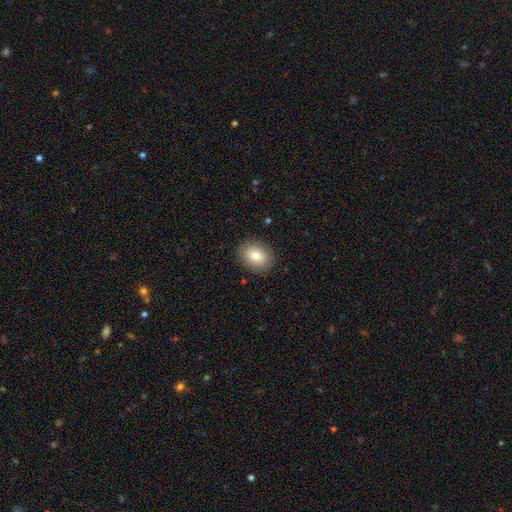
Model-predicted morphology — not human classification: A smooth galaxy with no disk features (80%) that is in between round and cigar-shaped (55%). Merging: none (88%).